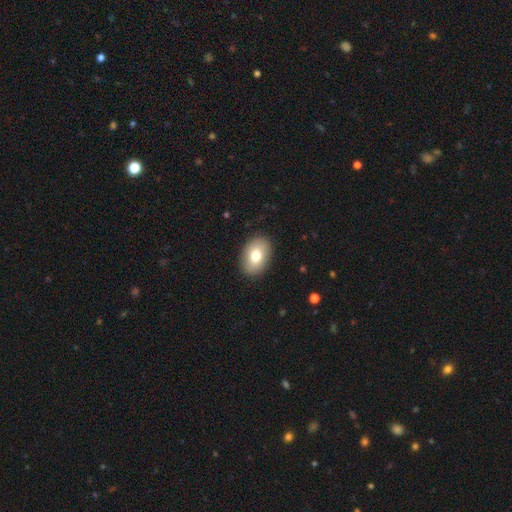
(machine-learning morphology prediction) This appears to be a smooth galaxy with no disk features (76%) that is in between round and cigar-shaped (84%). Merging: none (89%).